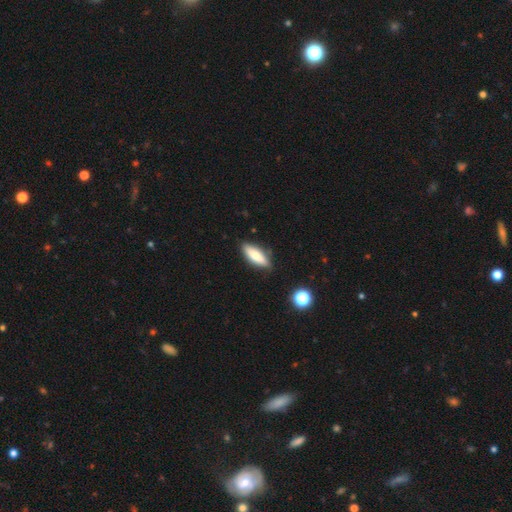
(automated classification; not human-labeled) Smooth or featured: smooth — 73% (featured or disk — 20%)
How rounded: in between — 59% (cigar-shaped — 39%)
Merging: none — 84% (minor disturbance — 12%)